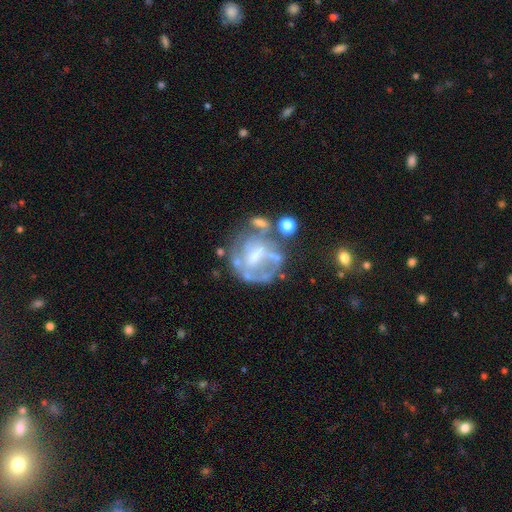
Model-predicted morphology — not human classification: Smooth or featured?
  - featured or disk: 69% *
  - smooth: 20%
  - star or artifact: 11%
Edge-on disk?
  - no: 97% *
  - yes: 3%
Bar?
  - no: 42% *
  - weak: 39%
  - strong: 18%
Spiral arms?
  - no: 61% *
  - yes: 39%
Bulge size?
  - small: 36% *
  - moderate: 34%
  - none: 25%
  - large: 4%
  - dominant: 1%
Merging?
  - none: 41% *
  - major disturbance: 26%
  - minor disturbance: 20%
  - merger: 13%